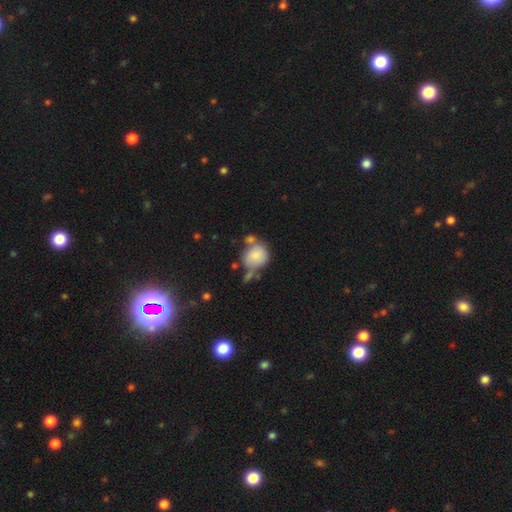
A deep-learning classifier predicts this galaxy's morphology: Smooth or featured?
  - smooth: 80% *
  - featured or disk: 12%
  - star or artifact: 7%
How rounded?
  - round: 74% *
  - in between: 25%
  - cigar-shaped: 1%
Merging?
  - none: 43% *
  - merger: 29%
  - minor disturbance: 19%
  - major disturbance: 9%